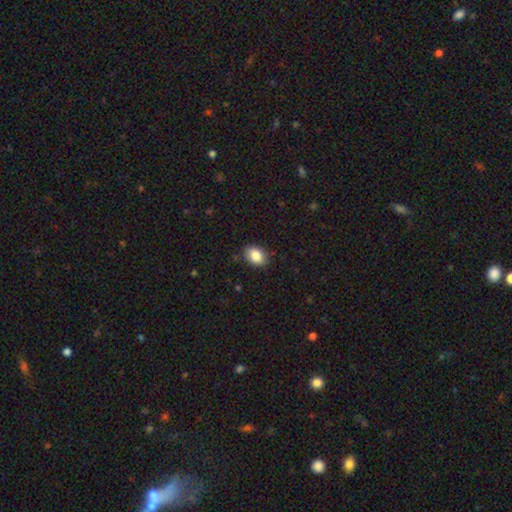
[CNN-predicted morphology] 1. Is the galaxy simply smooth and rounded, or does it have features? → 85% smooth, 8% star or artifact, 7% featured or disk.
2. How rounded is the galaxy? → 78% in between, 21% round, 1% cigar-shaped.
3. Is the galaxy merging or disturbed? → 85% none, 12% minor disturbance, 2% major disturbance, 1% merger.